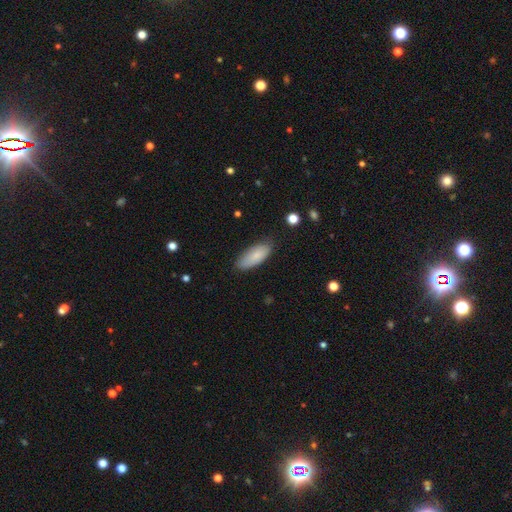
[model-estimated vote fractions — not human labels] smooth_or_featured: smooth (p=0.85) [alt: featured or disk p=0.09]
how_rounded: in between (p=0.81) [alt: cigar-shaped p=0.18]
merging: none (p=0.80) [alt: minor disturbance p=0.16]